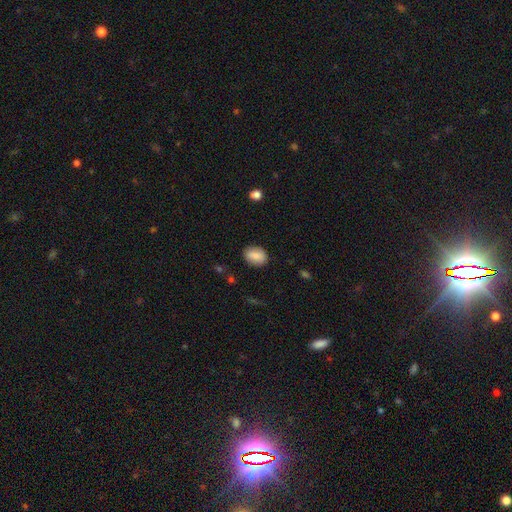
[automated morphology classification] This appears to be a smooth galaxy with no disk features (86%) that is in between round and cigar-shaped (75%). Merging: none (85%).